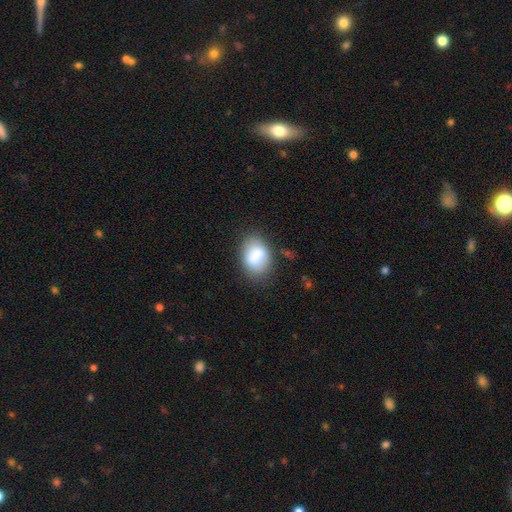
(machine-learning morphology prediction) A smooth galaxy with no disk features (80%) that is in between round and cigar-shaped (81%). Merging: none (70%).